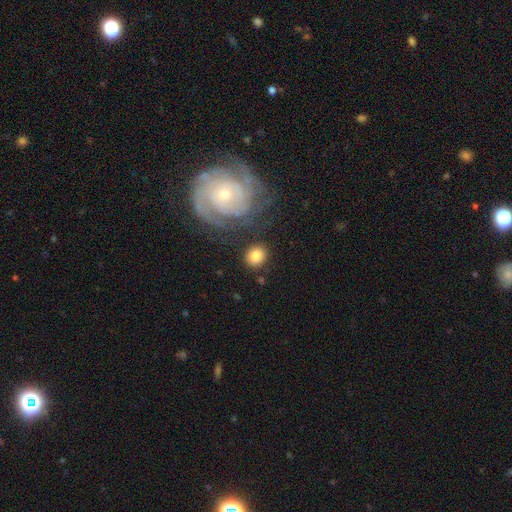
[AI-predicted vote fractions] Morphology: type=smooth (78%); roundness=round (76%); merging=none (80%).